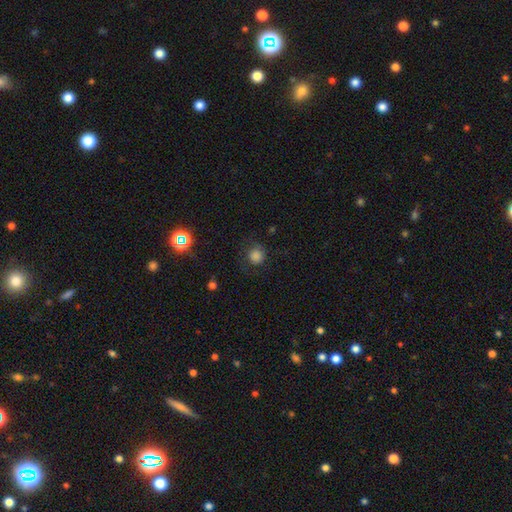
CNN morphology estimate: The model was most divided on "merging": none: 74%, minor disturbance: 15%, major disturbance: 9%, merger: 1%. More confident: how rounded — round (91%); smooth or featured — smooth (80%).